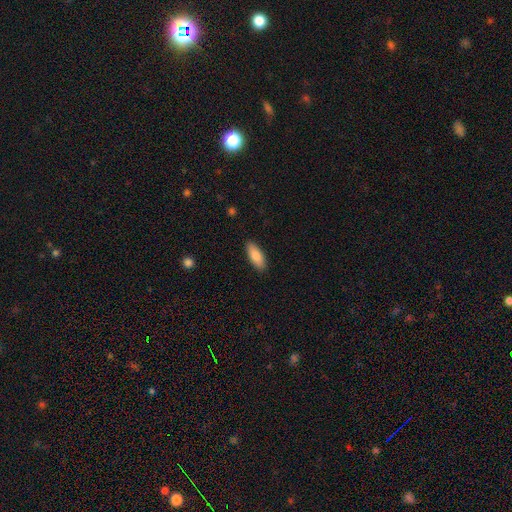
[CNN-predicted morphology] This is clearly a smooth galaxy (82%). How rounded: likely in between (72%). Merging: clearly none (89%).